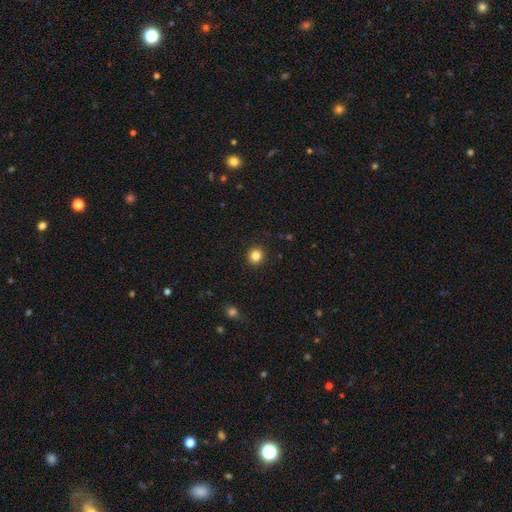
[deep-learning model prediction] Overall: smooth (83%). How rounded: round (89%). Merging: none (92%).